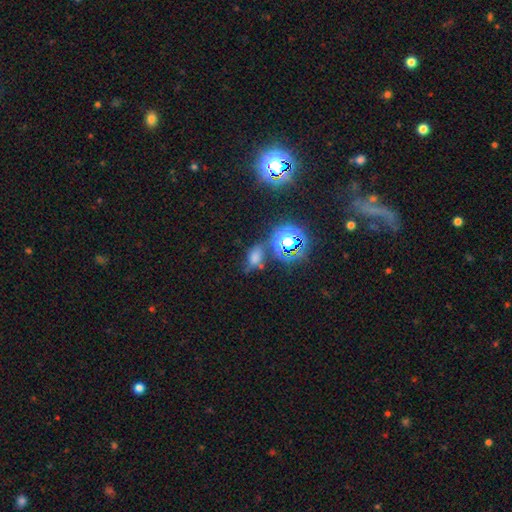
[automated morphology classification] Smooth or featured? smooth (47%)
Merging? none (56%)